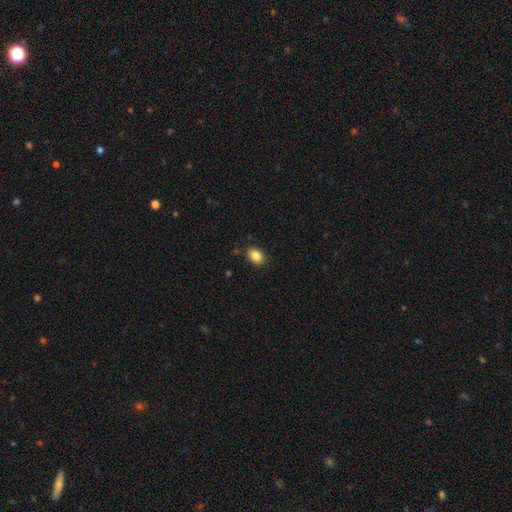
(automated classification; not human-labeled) smooth-or-featured: smooth: 86% | star or artifact: 9% | featured or disk: 6%
  how-rounded: in between: 74% | round: 25% | cigar-shaped: 1%
  merging: none: 85% | minor disturbance: 11% | major disturbance: 2% | merger: 2%